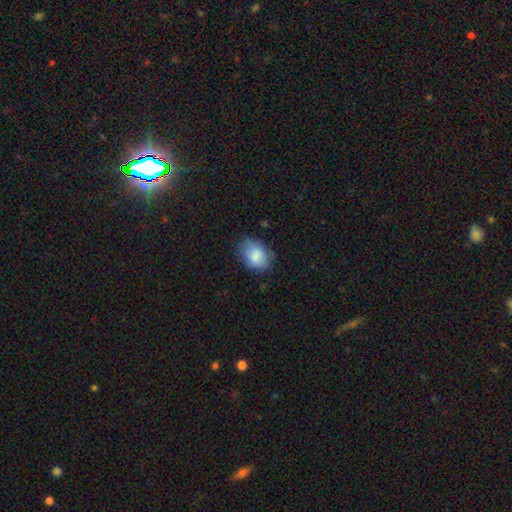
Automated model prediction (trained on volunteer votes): This appears to be a smooth galaxy with no disk features (84%) that is in between round and cigar-shaped (72%). Merging: none (67%).